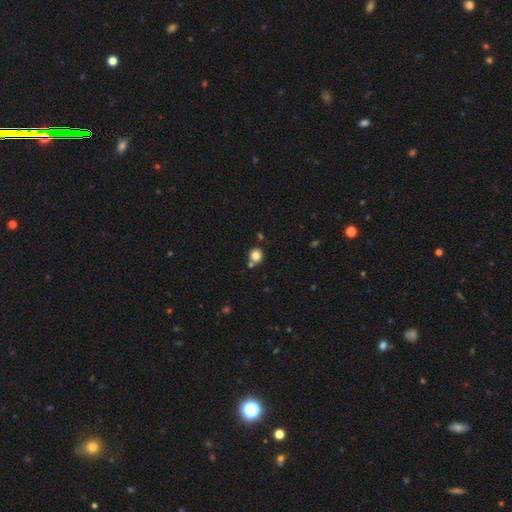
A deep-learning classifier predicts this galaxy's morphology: This appears to be a smooth galaxy with no disk features (83%) that is round (90%). Merging: none (72%).